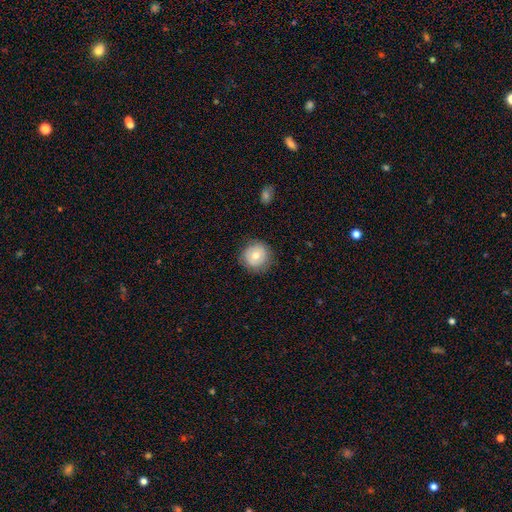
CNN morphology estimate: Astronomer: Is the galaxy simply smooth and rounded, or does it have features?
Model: smooth — 70%.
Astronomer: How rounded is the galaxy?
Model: round — 92%.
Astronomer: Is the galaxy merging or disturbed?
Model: none — 82%.